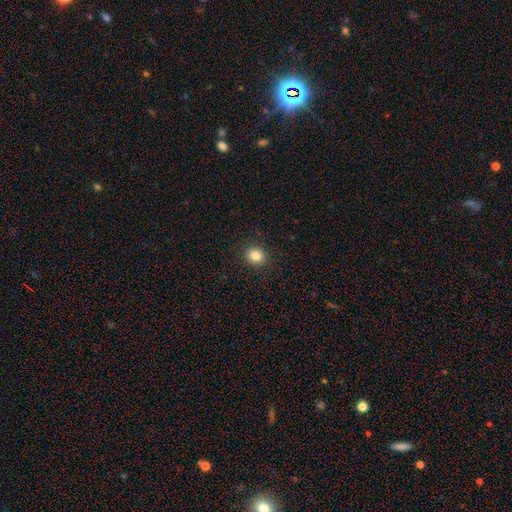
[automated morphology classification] This is clearly a smooth galaxy (83%). How rounded: clearly round (81%). Merging: clearly none (91%).